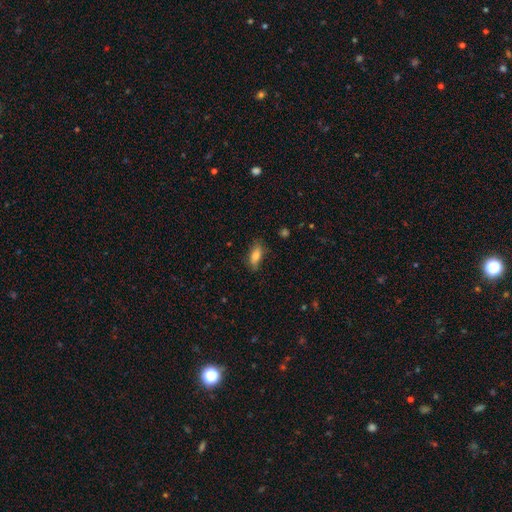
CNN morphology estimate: Q: Smooth or featured?
A: smooth (82%); runner-up: featured or disk (10%)
Q: How rounded?
A: in between (80%); runner-up: cigar-shaped (16%)
Q: Merging?
A: none (73%); runner-up: minor disturbance (20%)